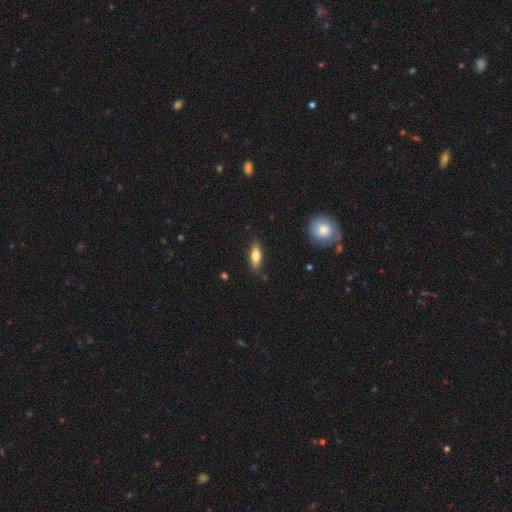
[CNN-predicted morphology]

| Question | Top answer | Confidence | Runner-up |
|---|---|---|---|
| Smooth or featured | smooth | 71% | featured or disk (22%) |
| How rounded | in between | 59% | cigar-shaped (38%) |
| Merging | none | 86% | minor disturbance (11%) |